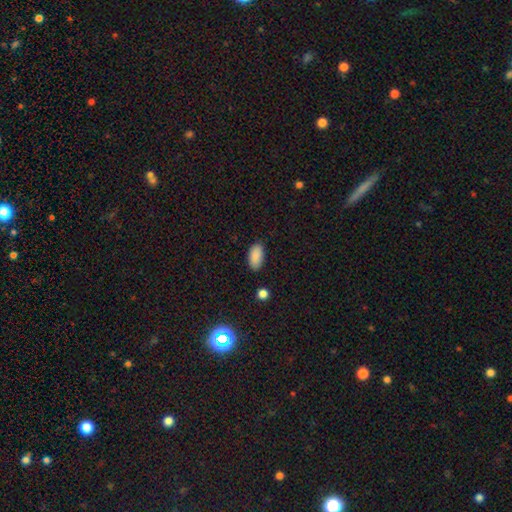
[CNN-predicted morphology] Smooth or featured: smooth — 89% (star or artifact — 8%)
How rounded: in between — 93% (cigar-shaped — 4%)
Merging: none — 86% (minor disturbance — 10%)